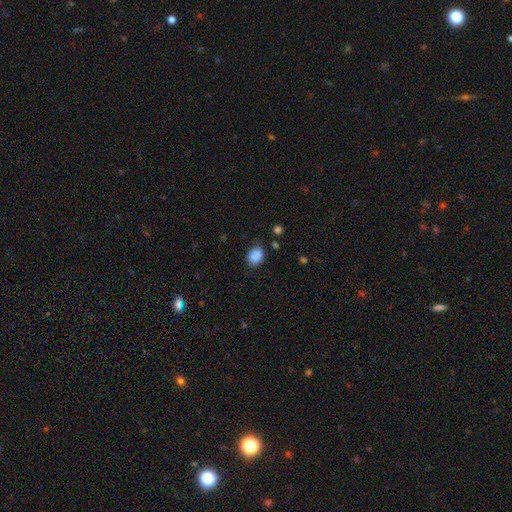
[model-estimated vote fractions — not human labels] This appears to be a smooth galaxy with no disk features (88%) that is in between round and cigar-shaped (65%). Merging: none (81%).